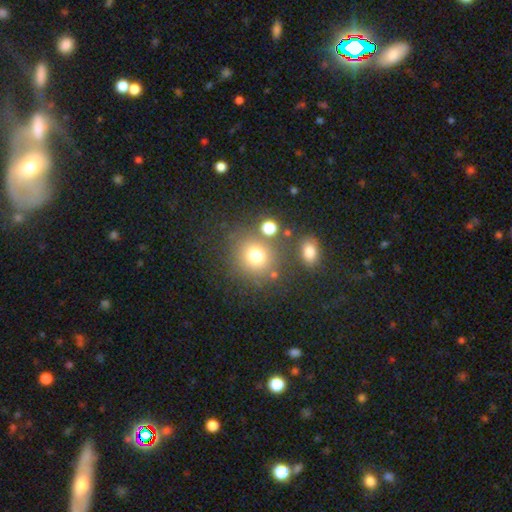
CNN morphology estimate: smooth-or-featured: smooth: 73% | star or artifact: 16% | featured or disk: 11%
  how-rounded: round: 85% | in between: 14% | cigar-shaped: 1%
  merging: none: 72% | merger: 12% | minor disturbance: 11% | major disturbance: 5%